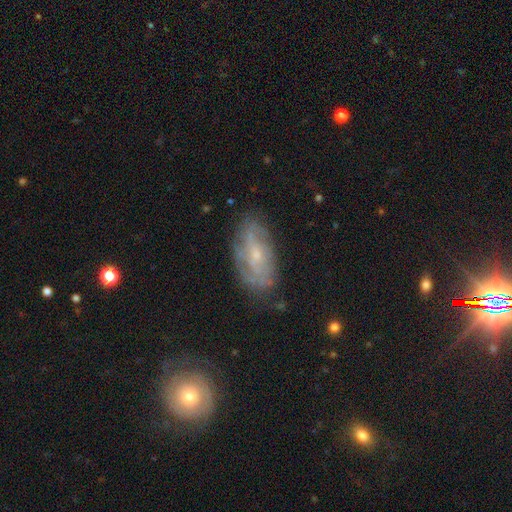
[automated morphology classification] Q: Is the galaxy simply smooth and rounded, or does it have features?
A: featured or disk — 64%.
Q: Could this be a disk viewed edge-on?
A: no — 89%.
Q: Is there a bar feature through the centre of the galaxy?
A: no — 53%.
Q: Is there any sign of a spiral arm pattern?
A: yes — 72%.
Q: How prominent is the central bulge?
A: small — 65%.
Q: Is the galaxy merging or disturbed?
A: none — 70%.